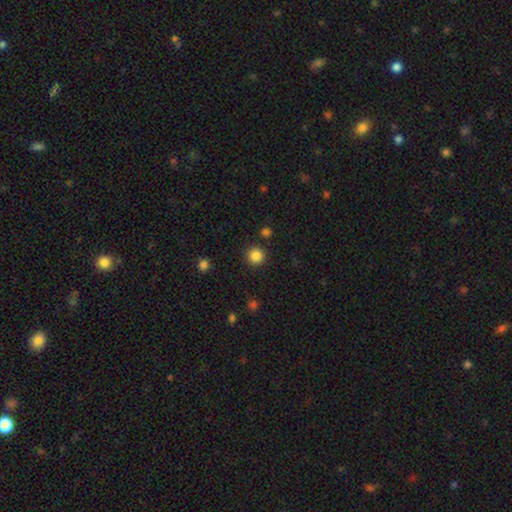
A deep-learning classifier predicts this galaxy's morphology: The model was most divided on "smooth or featured": smooth: 85%, star or artifact: 11%, featured or disk: 4%. More confident: how rounded — round (95%); merging — none (90%).